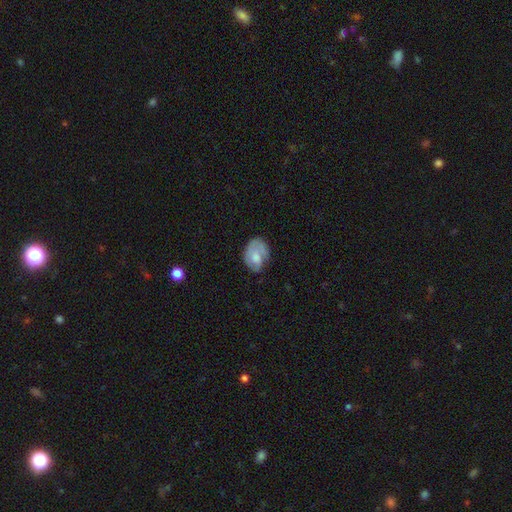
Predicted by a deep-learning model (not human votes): A smooth galaxy with no disk features (56%) that is in between round and cigar-shaped (72%). Merging: none (46%).